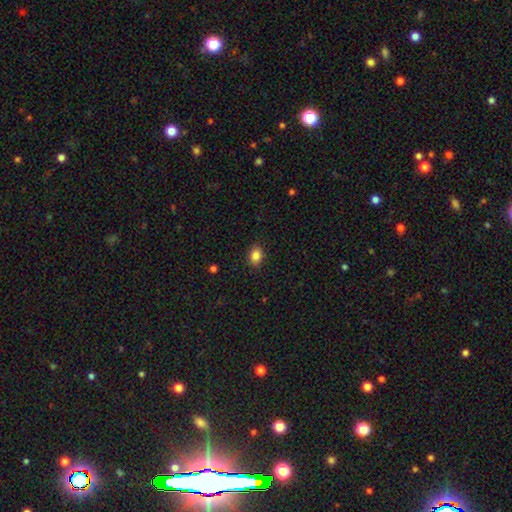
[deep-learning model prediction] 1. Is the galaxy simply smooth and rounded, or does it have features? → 85% smooth, 10% star or artifact, 5% featured or disk.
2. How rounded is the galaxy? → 67% in between, 32% round, 1% cigar-shaped.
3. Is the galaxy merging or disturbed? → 88% none, 8% minor disturbance, 2% major disturbance, 1% merger.